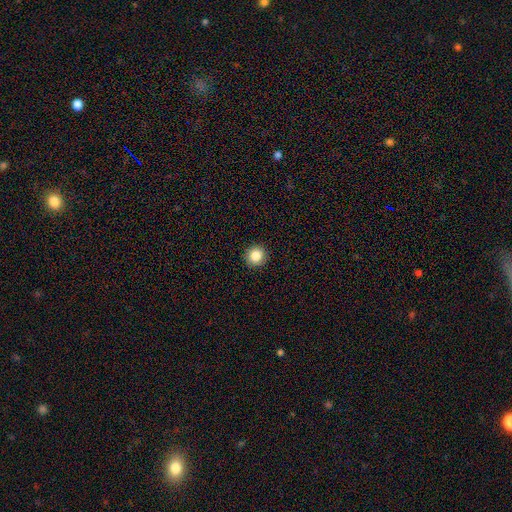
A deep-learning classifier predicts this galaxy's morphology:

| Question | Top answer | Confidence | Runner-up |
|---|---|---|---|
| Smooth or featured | smooth | 86% | star or artifact (9%) |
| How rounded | round | 93% | in between (6%) |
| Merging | none | 92% | minor disturbance (5%) |